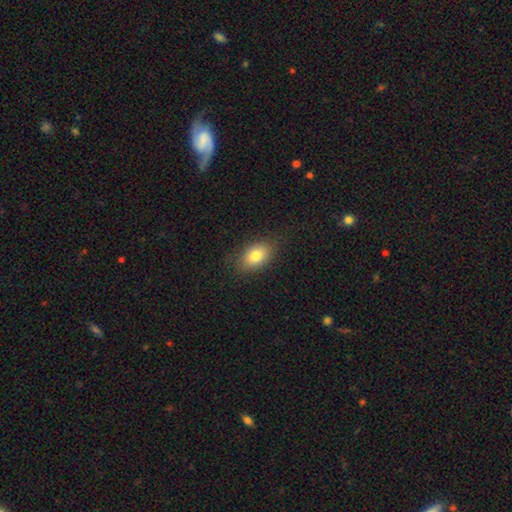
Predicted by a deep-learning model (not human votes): Smooth or featured? Predicted: smooth (p=0.82). How rounded? Predicted: in between (p=0.86). Merging? Predicted: none (p=0.83).